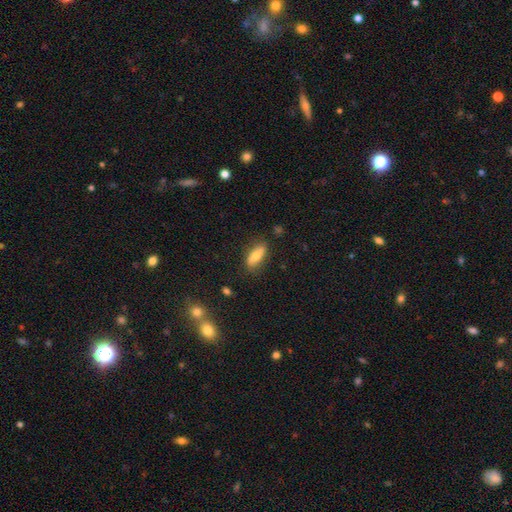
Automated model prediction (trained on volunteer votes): smooth-or-featured: smooth: 67% | featured or disk: 25% | star or artifact: 8%
  how-rounded: in between: 69% | cigar-shaped: 28% | round: 3%
  merging: none: 80% | minor disturbance: 14% | major disturbance: 3% | merger: 2%